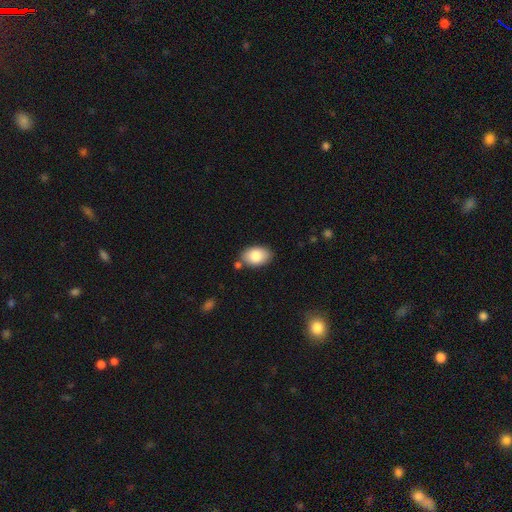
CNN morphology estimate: smooth-or-featured: smooth: 84% | featured or disk: 9% | star or artifact: 7%
  how-rounded: in between: 90% | round: 9% | cigar-shaped: 1%
  merging: none: 78% | minor disturbance: 13% | merger: 7% | major disturbance: 3%